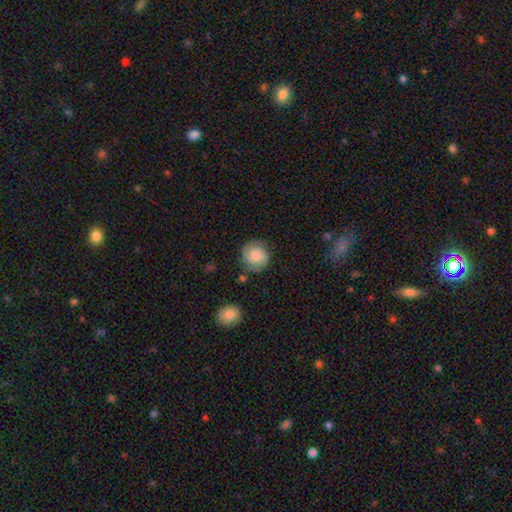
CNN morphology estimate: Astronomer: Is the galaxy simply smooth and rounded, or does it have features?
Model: smooth — 47% (runner-up: featured or disk, 44%).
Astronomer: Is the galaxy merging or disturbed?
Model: none — 73%.